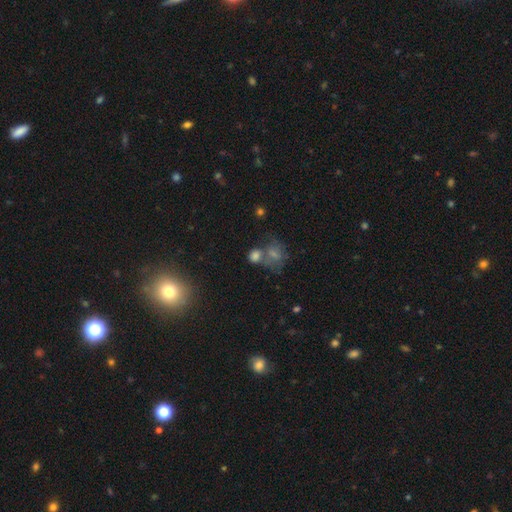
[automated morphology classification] Smooth or featured? smooth (74%)
How rounded? round (64%)
Merging? merger (41%)